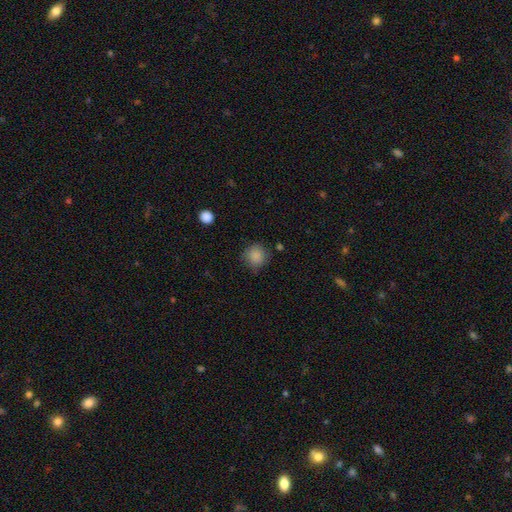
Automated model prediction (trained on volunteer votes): The model was most divided on "merging": none: 83%, minor disturbance: 12%, major disturbance: 3%, merger: 2%. More confident: how rounded — round (91%); smooth or featured — smooth (87%).